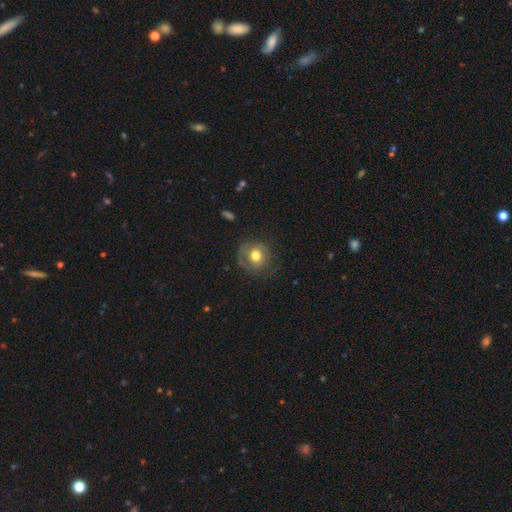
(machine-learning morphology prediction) Smooth or featured? Predicted: smooth (p=0.66). How rounded? Predicted: round (p=0.84). Merging? Predicted: none (p=0.66).